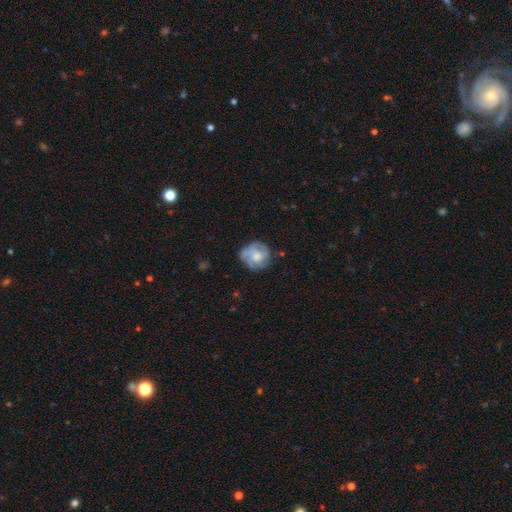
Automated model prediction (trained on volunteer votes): The model was most divided on "smooth or featured": featured or disk: 55%, smooth: 38%, star or artifact: 8%. More confident: edge-on disk — no (97%); spiral arms — yes (77%); bar — no (75%); merging — none (67%); bulge size — moderate (53%).